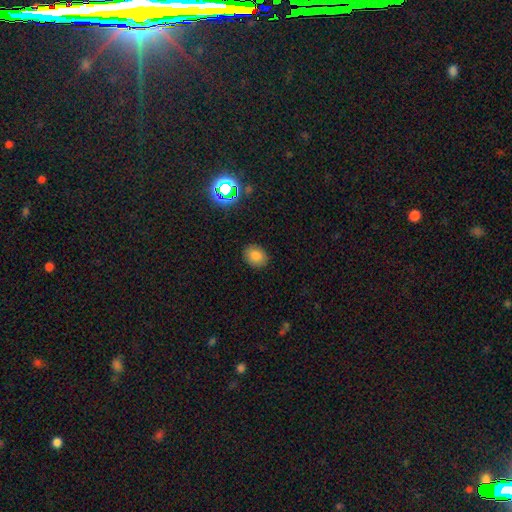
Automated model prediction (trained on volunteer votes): A smooth galaxy with no disk features (80%) that is round (50%). Merging: none (88%).